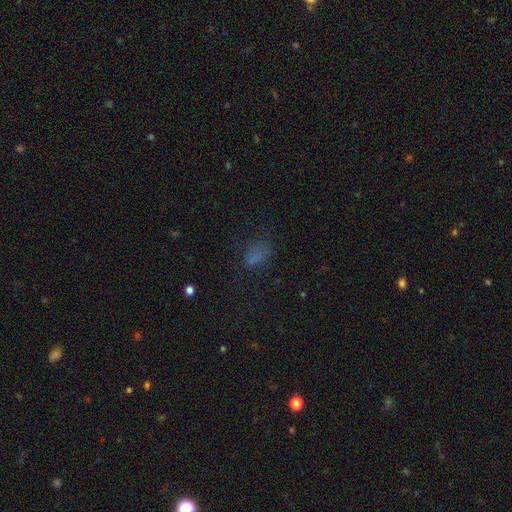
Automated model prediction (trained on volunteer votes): Smooth or featured?
  - smooth: 60% *
  - star or artifact: 27%
  - featured or disk: 13%
How rounded?
  - in between: 76% *
  - round: 22%
  - cigar-shaped: 3%
Merging?
  - none: 52% *
  - minor disturbance: 23%
  - major disturbance: 22%
  - merger: 3%